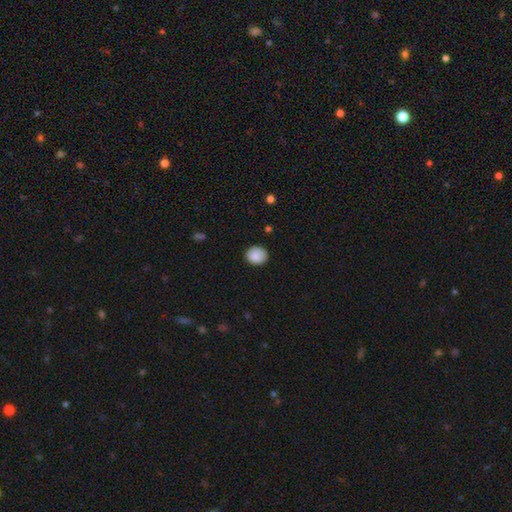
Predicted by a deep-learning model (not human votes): This is clearly a smooth galaxy (87%). How rounded: likely round (72%). Merging: clearly none (82%).